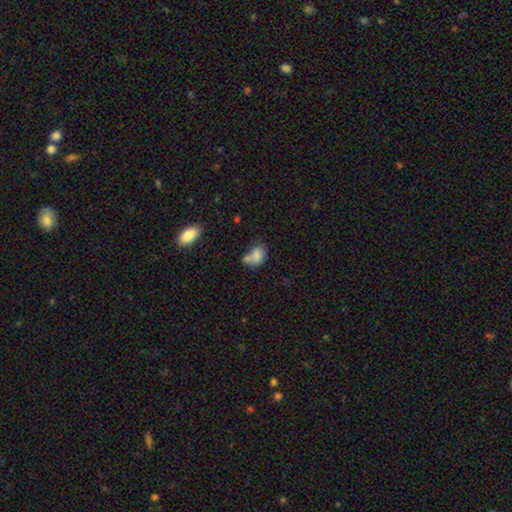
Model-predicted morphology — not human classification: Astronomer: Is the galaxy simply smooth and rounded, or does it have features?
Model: smooth — 77%.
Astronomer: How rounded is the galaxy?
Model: in between — 74%.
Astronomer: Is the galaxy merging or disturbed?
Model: merger — 40% (runner-up: none, 33%).